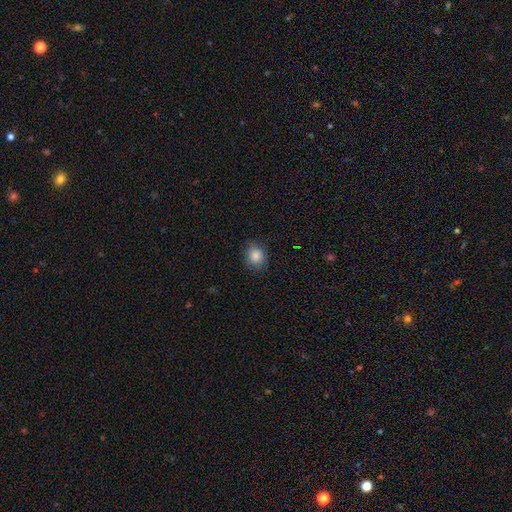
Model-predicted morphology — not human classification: A smooth galaxy with no disk features (86%) that is round (70%).

Vote fractions:
- Smooth or featured? smooth: 86% / star or artifact: 9% / featured or disk: 5%
- How rounded? round: 70% / in between: 29% / cigar-shaped: 1%
- Merging? none: 84% / minor disturbance: 12% / major disturbance: 3% / merger: 1%